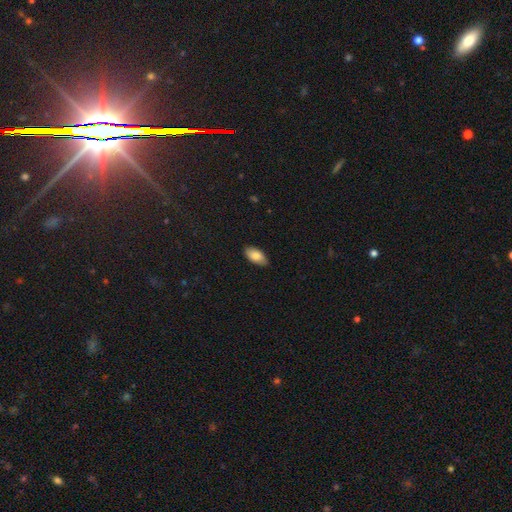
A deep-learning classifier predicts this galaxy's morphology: Smooth or featured?
  - smooth: 82% *
  - featured or disk: 11%
  - star or artifact: 7%
How rounded?
  - in between: 94% *
  - cigar-shaped: 3%
  - round: 3%
Merging?
  - none: 84% *
  - minor disturbance: 13%
  - major disturbance: 2%
  - merger: 1%